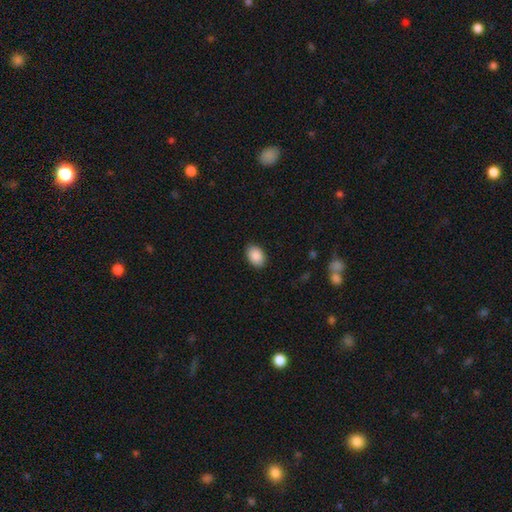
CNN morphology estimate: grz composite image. It shows a smooth galaxy with no disk features (90%) that is in between round and cigar-shaped (85%). Merging: none (88%).